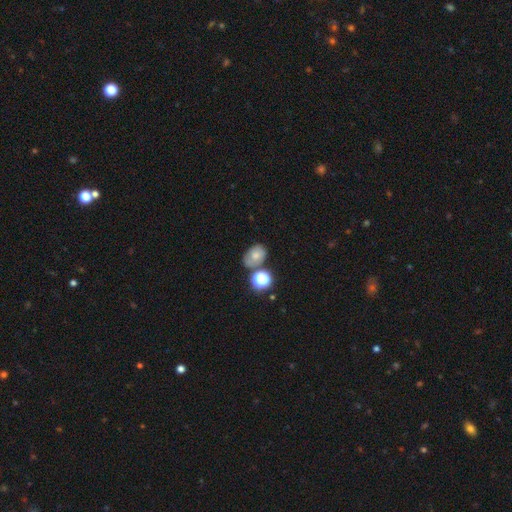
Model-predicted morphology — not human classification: Smooth or featured: smooth — 66% (featured or disk — 17%)
How rounded: in between — 69% (round — 30%)
Merging: none — 58% (minor disturbance — 19%)